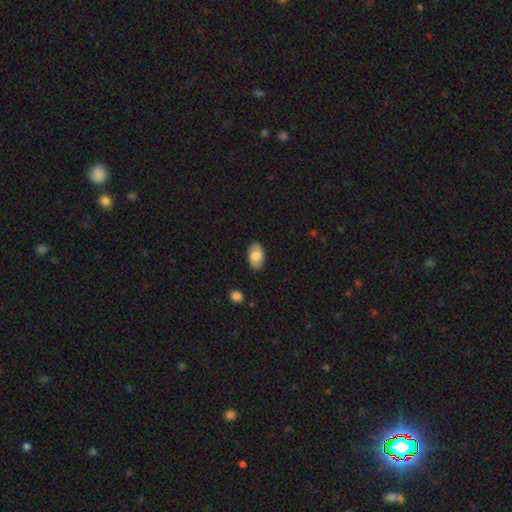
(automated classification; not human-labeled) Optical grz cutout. It shows a smooth galaxy with no disk features (64%) that is in between round and cigar-shaped (91%). Merging: none (84%).